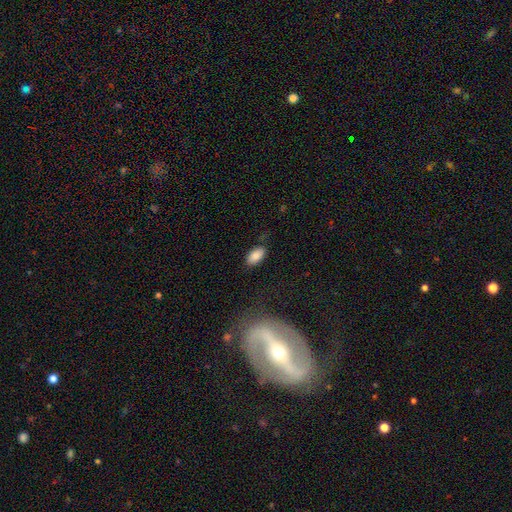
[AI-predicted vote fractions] smooth_or_featured: smooth (p=0.85) [alt: star or artifact p=0.08]
how_rounded: in between (p=0.94) [alt: round p=0.03]
merging: none (p=0.78) [alt: minor disturbance p=0.16]